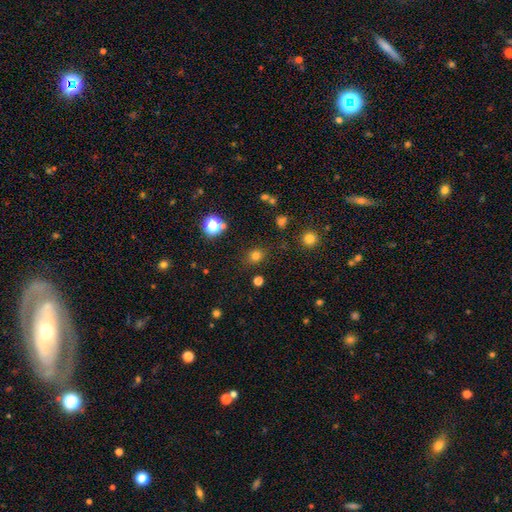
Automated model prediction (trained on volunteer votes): Overall: smooth (75%). How rounded: round (77%). Merging: none (84%).